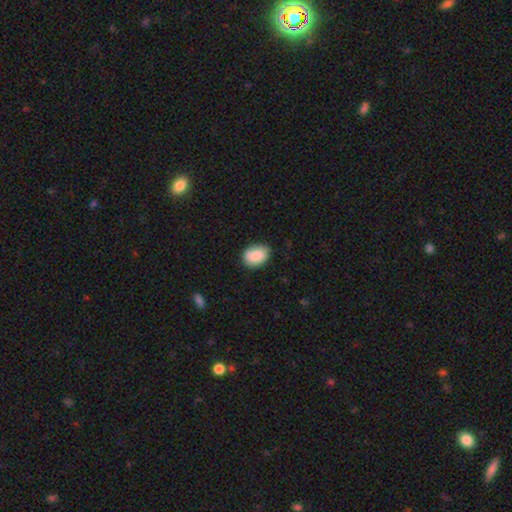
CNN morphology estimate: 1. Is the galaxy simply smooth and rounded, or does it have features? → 85% smooth, 9% featured or disk, 7% star or artifact.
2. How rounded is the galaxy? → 73% in between, 26% round, 1% cigar-shaped.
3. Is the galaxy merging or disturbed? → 76% none, 19% minor disturbance, 4% major disturbance, 2% merger.